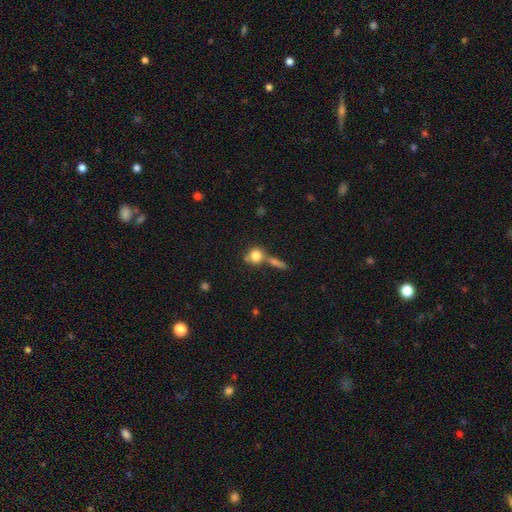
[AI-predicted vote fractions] This appears to be a smooth galaxy with no disk features (78%) that is round (78%). Merging: none (50%).